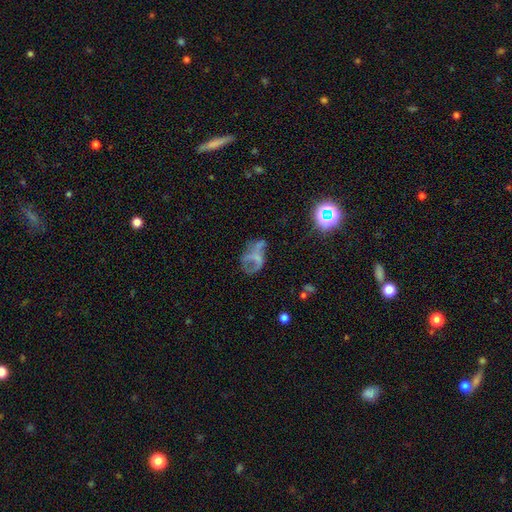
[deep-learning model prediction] Smooth or featured: featured or disk — 51% (smooth — 30%)
Edge-on disk: no — 96% (yes — 4%)
Merging: major disturbance — 40% (none — 32%)